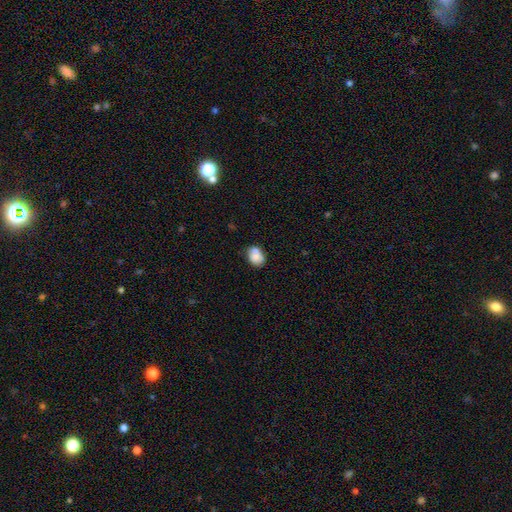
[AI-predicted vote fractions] A smooth galaxy with no disk features (81%) that is in between round and cigar-shaped (66%). Merging: none (55%).